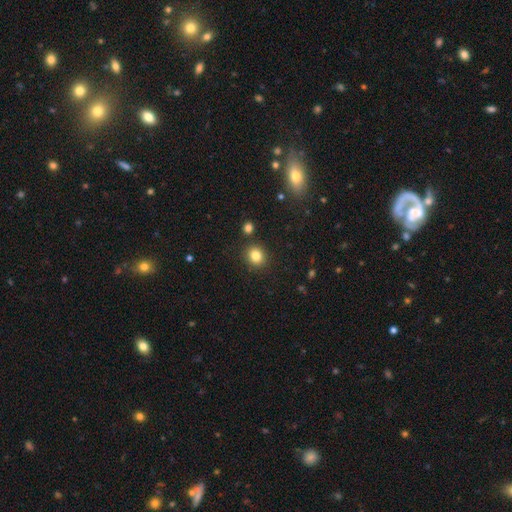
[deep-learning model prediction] A smooth galaxy with no disk features (83%) that is round (71%).

Vote fractions:
- Smooth or featured? smooth: 83% / star or artifact: 11% / featured or disk: 6%
- How rounded? round: 71% / in between: 28% / cigar-shaped: 1%
- Merging? none: 86% / minor disturbance: 8% / merger: 4% / major disturbance: 2%